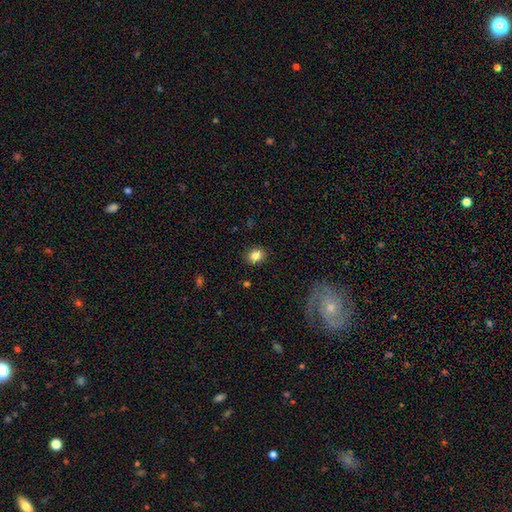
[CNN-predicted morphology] Overall: smooth (84%). How rounded: round (50%; in between 49%). Merging: none (88%).